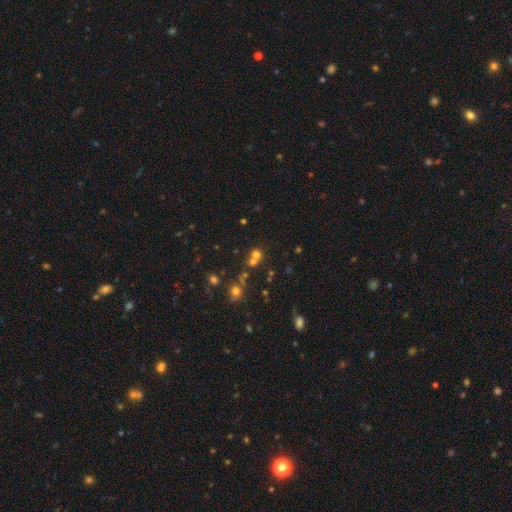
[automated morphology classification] type=smooth (61%); roundness=round (85%); merging=none (50%).